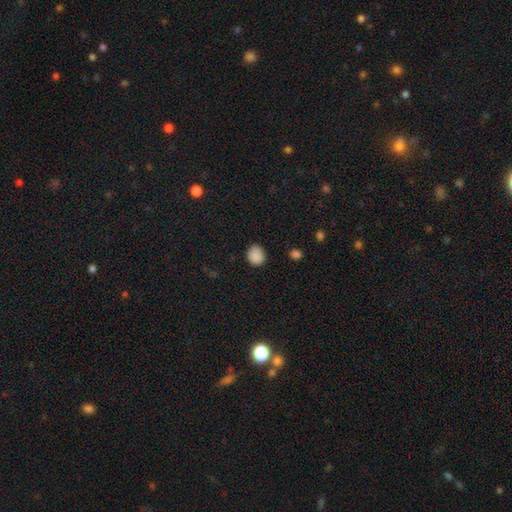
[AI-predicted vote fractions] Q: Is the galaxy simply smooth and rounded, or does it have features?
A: smooth — 88%.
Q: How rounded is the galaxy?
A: round — 67%.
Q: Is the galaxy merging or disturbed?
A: none — 80%.